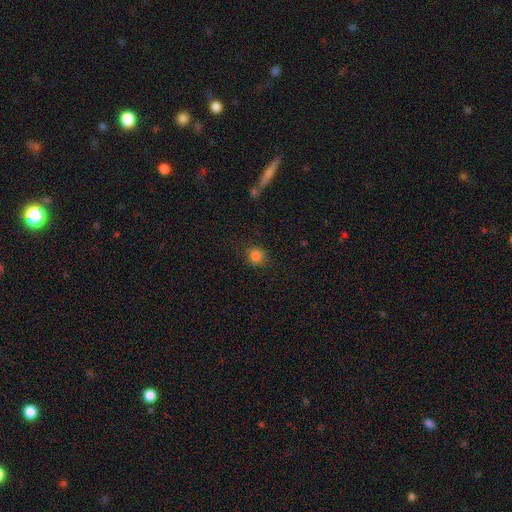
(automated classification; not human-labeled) smooth_or_featured: smooth (p=0.83) [alt: star or artifact p=0.13]
how_rounded: round (p=0.88) [alt: in between p=0.11]
merging: none (p=0.86) [alt: minor disturbance p=0.09]